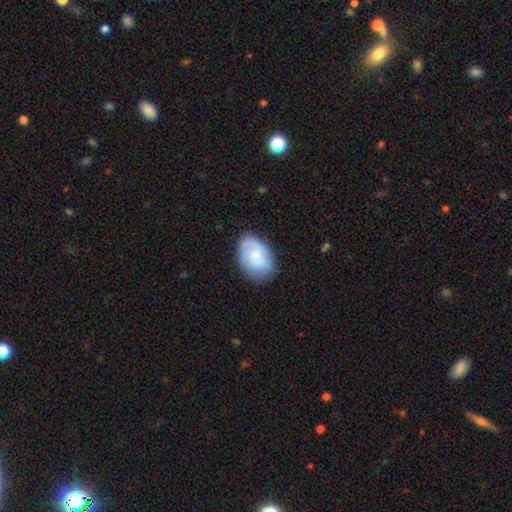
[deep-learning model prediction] smooth 71%, featured or disk 22%, star or artifact 7%. Down the decision tree: how rounded — in between (86%); merging — none (73%).